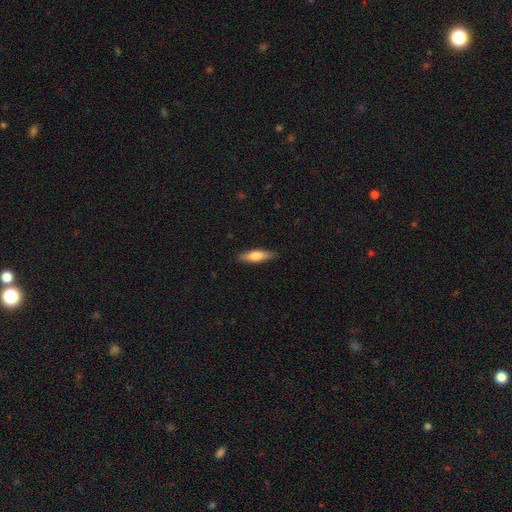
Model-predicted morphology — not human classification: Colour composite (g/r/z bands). It shows a smooth galaxy with no disk features (63%) that is cigar-shaped (62%). Merging: none (88%).